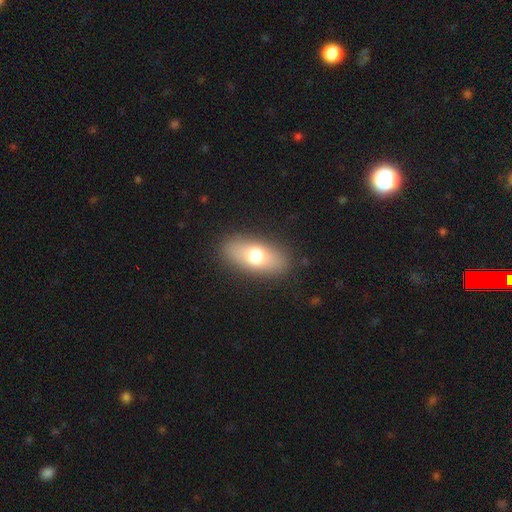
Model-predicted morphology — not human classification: Smooth or featured? Predicted: smooth (p=0.70). How rounded? Predicted: in between (p=0.84). Merging? Predicted: none (p=0.87).